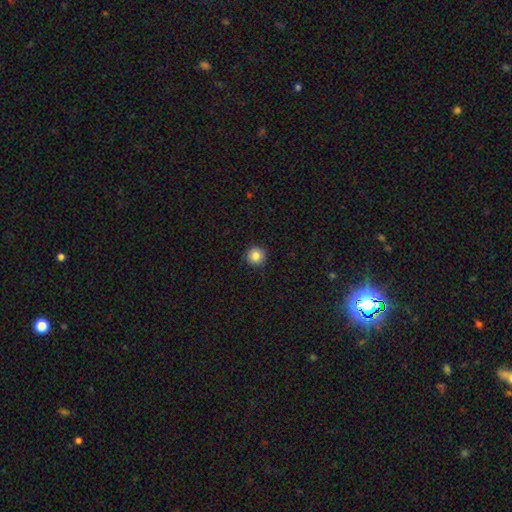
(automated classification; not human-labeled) The model was most divided on "smooth or featured": smooth: 84%, star or artifact: 10%, featured or disk: 6%. More confident: how rounded — round (96%); merging — none (92%).